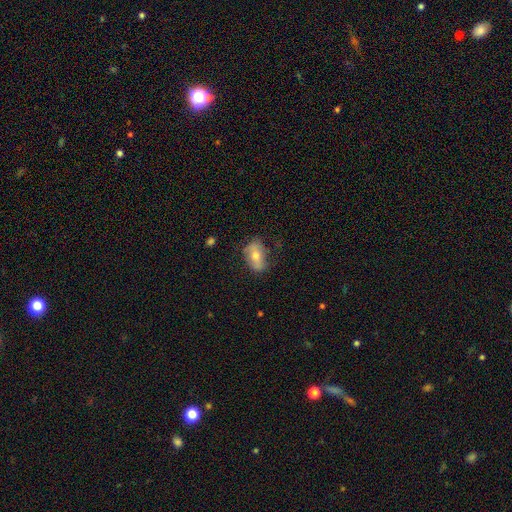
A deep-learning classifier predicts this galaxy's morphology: Overall: smooth (51%; featured or disk 41%). How rounded: in between (85%). Merging: none (71%).